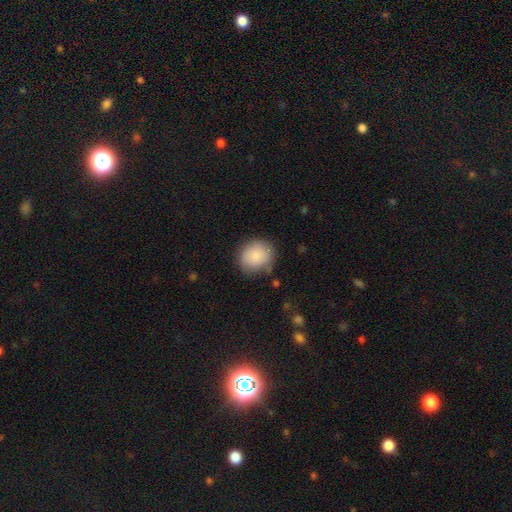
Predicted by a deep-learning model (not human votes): Smooth or featured? Predicted: smooth (p=0.85). How rounded? Predicted: round (p=0.79). Merging? Predicted: none (p=0.75).